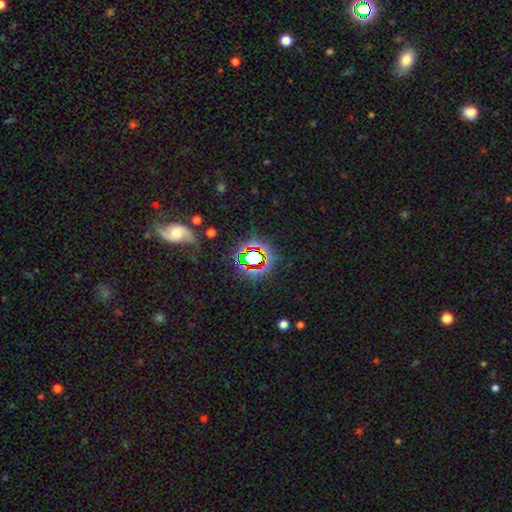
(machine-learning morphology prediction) A star or artifact, not a galaxy (71%).

Vote fractions:
- Smooth or featured? star or artifact: 71% / smooth: 18% / featured or disk: 11%